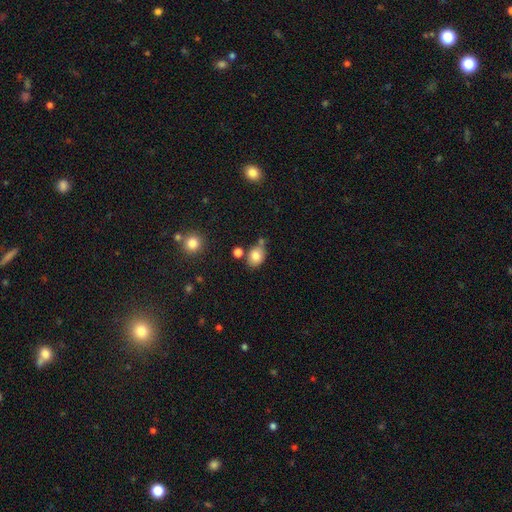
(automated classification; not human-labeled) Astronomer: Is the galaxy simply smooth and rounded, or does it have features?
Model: smooth — 81%.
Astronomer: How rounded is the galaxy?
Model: in between — 61% (runner-up: round, 37%).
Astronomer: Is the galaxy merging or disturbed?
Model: none — 61%.